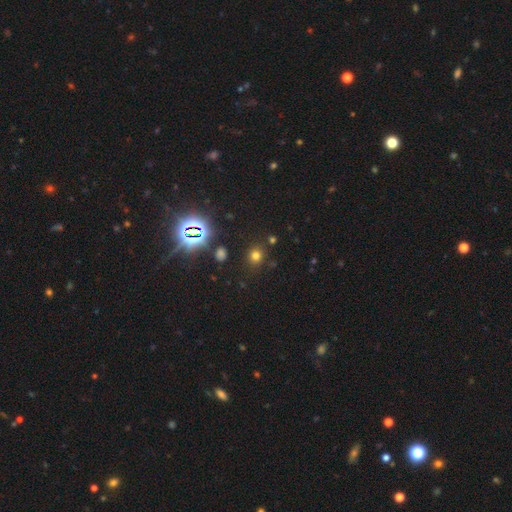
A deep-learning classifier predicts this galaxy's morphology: A smooth galaxy with no disk features (67%) that is round (77%).

Vote fractions:
- Smooth or featured? smooth: 67% / star or artifact: 26% / featured or disk: 6%
- How rounded? round: 77% / in between: 21% / cigar-shaped: 1%
- Merging? none: 84% / minor disturbance: 9% / major disturbance: 3% / merger: 3%